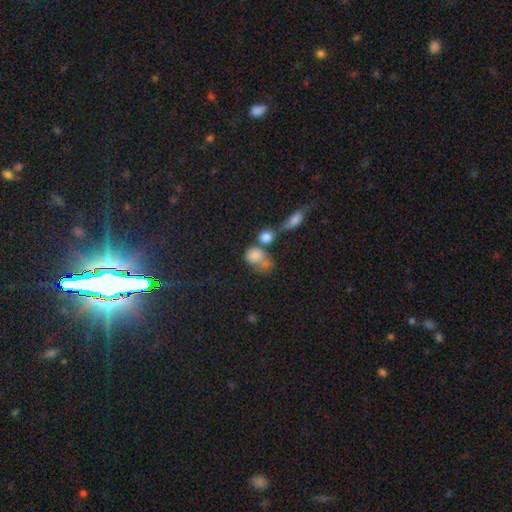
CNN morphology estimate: smooth 75%, featured or disk 14%, star or artifact 11%. Down the decision tree: how rounded — in between (57%); merging — merger (50%).